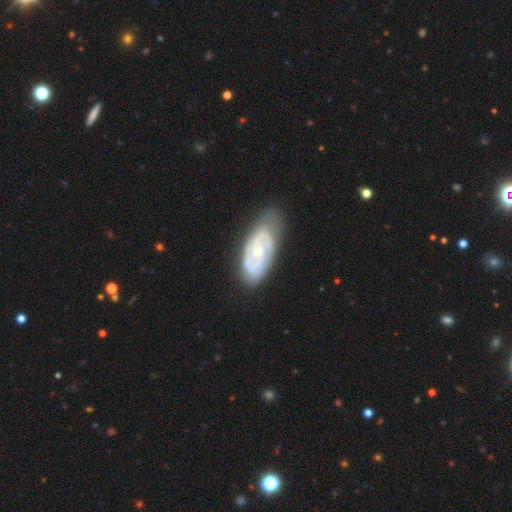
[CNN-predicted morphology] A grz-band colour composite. It shows a featured or disk galaxy (70%) with no bar (71%), spiral arms (76%) and a small central bulge (66%). Merging: none (67%).